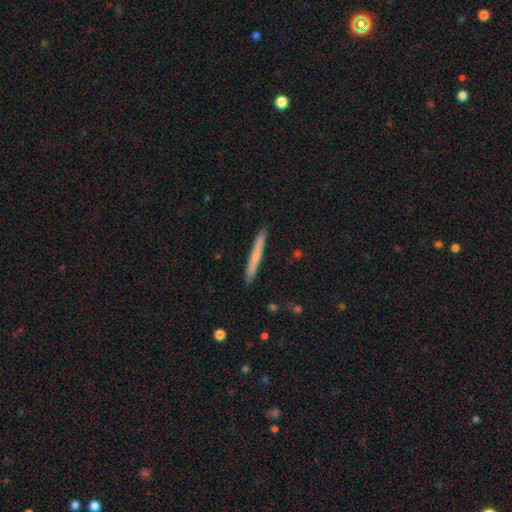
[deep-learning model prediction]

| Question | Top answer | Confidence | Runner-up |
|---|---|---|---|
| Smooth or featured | smooth | 63% | featured or disk (30%) |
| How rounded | cigar-shaped | 97% | in between (2%) |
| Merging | none | 91% | minor disturbance (7%) |